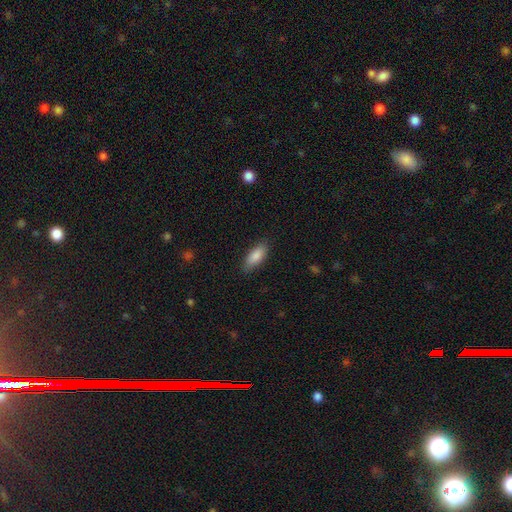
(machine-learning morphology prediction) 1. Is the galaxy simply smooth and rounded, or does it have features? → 86% smooth, 8% featured or disk, 6% star or artifact.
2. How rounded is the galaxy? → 76% in between, 22% cigar-shaped, 2% round.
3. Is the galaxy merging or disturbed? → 85% none, 12% minor disturbance, 3% major disturbance, 1% merger.